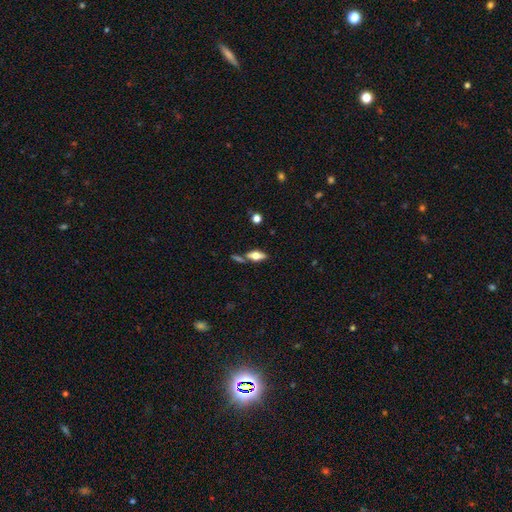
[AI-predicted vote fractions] smooth_or_featured: smooth (p=0.47) [alt: featured or disk p=0.44]
merging: none (p=0.63) [alt: merger p=0.18]